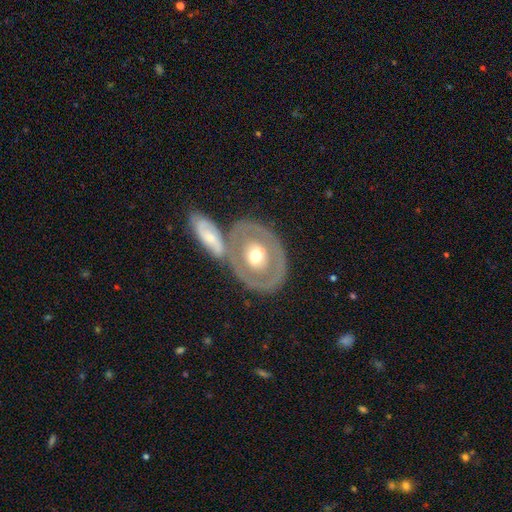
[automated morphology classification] Smooth or featured?
  - featured or disk: 61% *
  - smooth: 34%
  - star or artifact: 5%
Edge-on disk?
  - no: 93% *
  - yes: 7%
Bar?
  - no: 83% *
  - weak: 12%
  - strong: 6%
Spiral arms?
  - no: 79% *
  - yes: 21%
Bulge size?
  - moderate: 71% *
  - small: 16%
  - large: 10%
  - dominant: 2%
  - none: 1%
Merging?
  - none: 55% *
  - merger: 26%
  - minor disturbance: 13%
  - major disturbance: 7%